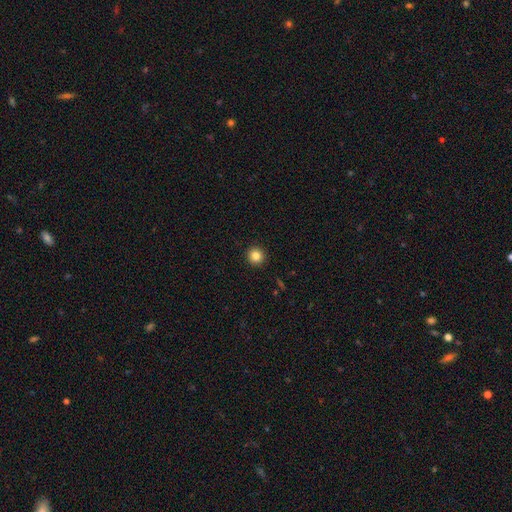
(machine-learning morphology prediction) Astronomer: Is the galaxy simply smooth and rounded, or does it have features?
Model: smooth — 84%.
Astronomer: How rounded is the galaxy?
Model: round — 94%.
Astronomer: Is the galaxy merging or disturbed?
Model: none — 93%.